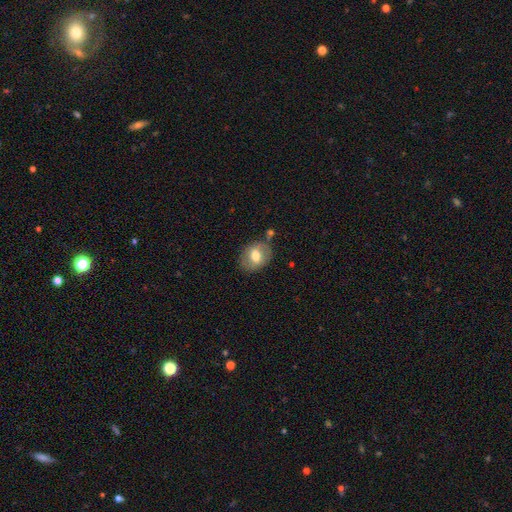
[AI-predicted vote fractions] This is likely a smooth galaxy (68%). How rounded: possibly in between (55%). Merging: likely none (73%).